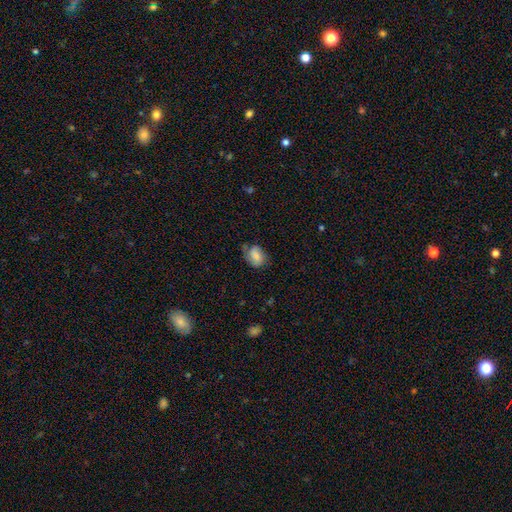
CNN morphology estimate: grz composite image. It shows a smooth galaxy with no disk features (62%) that is in between round and cigar-shaped (72%). Merging: none (53%).